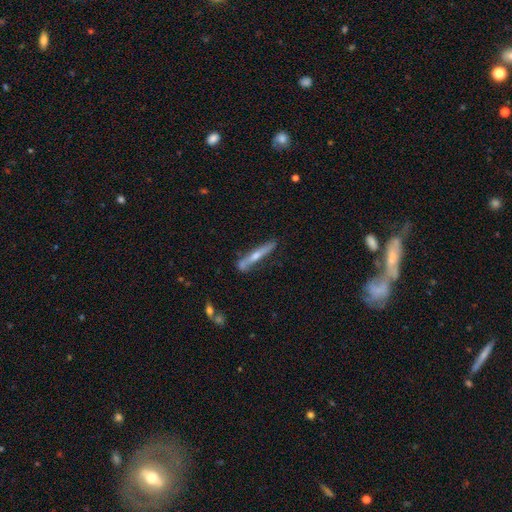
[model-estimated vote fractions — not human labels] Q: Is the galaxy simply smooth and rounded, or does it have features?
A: featured or disk — 63%.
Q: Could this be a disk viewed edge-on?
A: yes — 94%.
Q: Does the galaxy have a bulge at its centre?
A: rounded — 79%.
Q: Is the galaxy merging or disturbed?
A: none — 77%.